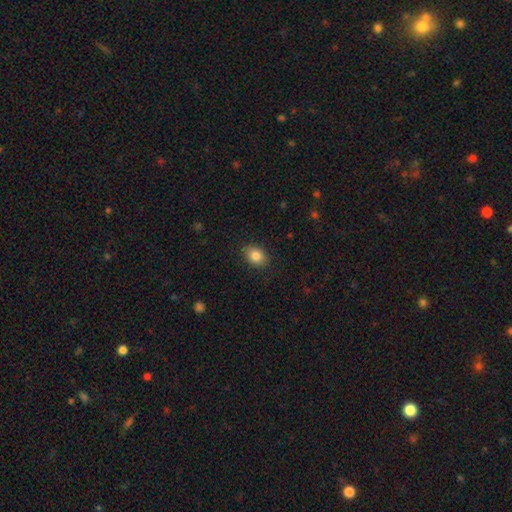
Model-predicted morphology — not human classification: type=smooth (86%); roundness=in between (73%); merging=none (86%).